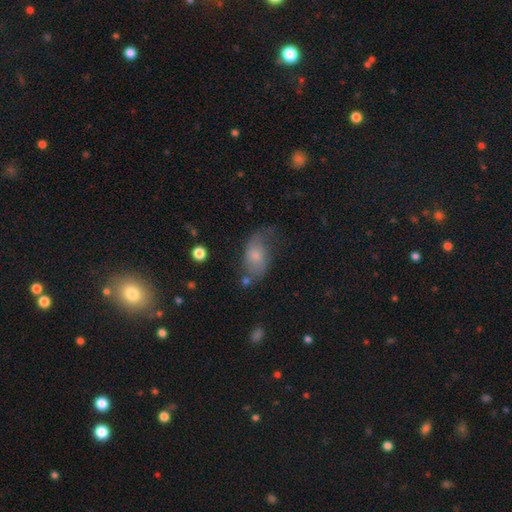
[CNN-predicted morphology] Smooth or featured? smooth (51%)
How rounded? in between (88%)
Merging? none (43%)